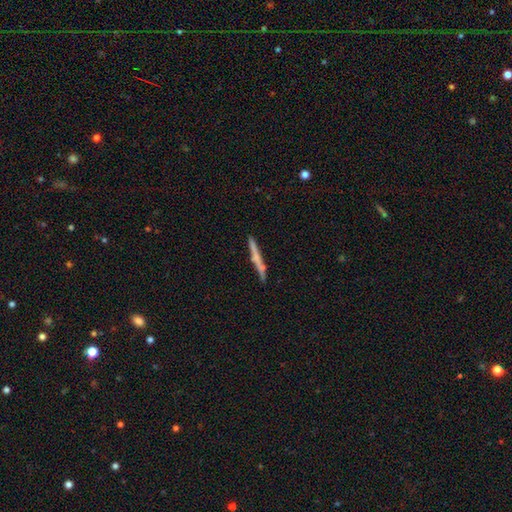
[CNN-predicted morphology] Smooth or featured? smooth (51%)
How rounded? cigar-shaped (95%)
Merging? none (79%)